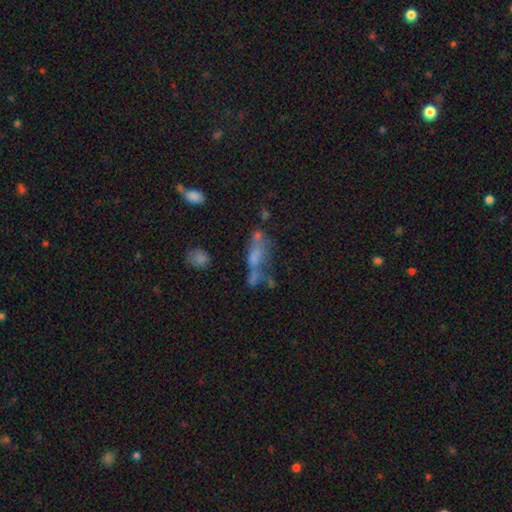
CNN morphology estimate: smooth 49%, featured or disk 34%, star or artifact 17%. Down the decision tree: merging — merger (42%).